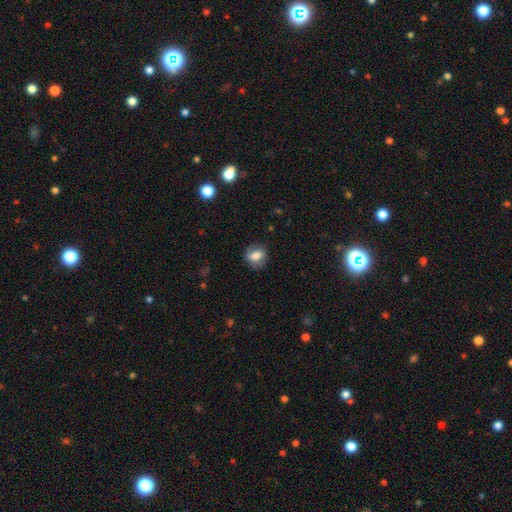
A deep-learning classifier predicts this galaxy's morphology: Smooth or featured?
  - smooth: 65% *
  - featured or disk: 26%
  - star or artifact: 9%
How rounded?
  - round: 54% *
  - in between: 45%
  - cigar-shaped: 2%
Merging?
  - none: 78% *
  - minor disturbance: 15%
  - major disturbance: 5%
  - merger: 1%